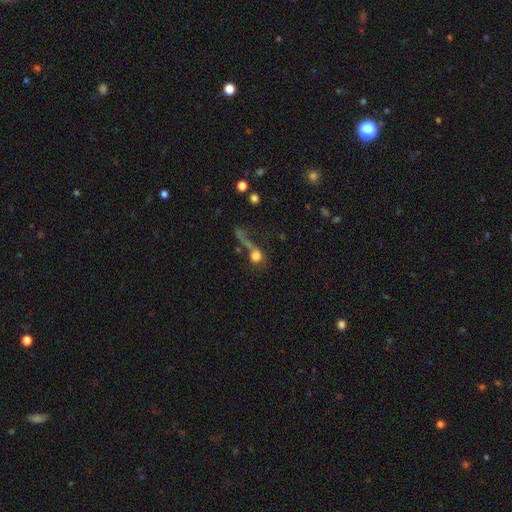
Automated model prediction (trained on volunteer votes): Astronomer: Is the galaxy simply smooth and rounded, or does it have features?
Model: smooth — 64%.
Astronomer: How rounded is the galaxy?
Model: round — 70%.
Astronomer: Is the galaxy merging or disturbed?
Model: major disturbance — 36% (runner-up: none, 27%).